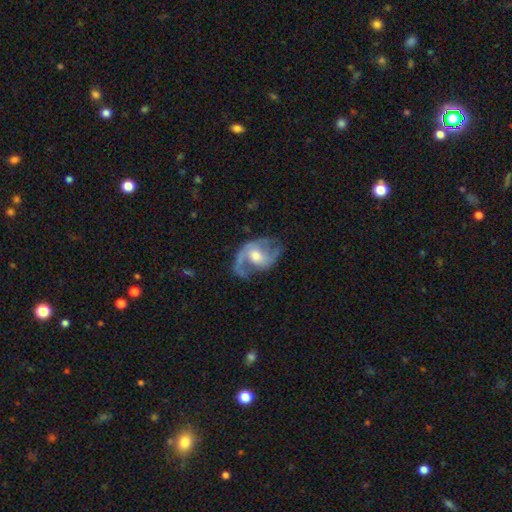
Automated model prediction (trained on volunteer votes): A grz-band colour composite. It shows a featured or disk galaxy (84%) with no bar (49%), 2 (73%) medium (49%) spiral arms (92%) and a moderate central bulge (68%). Merging: none (58%).